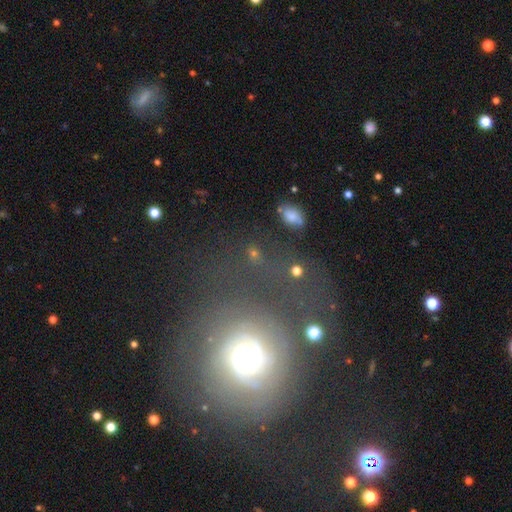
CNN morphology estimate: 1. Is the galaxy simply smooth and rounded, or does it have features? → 40% featured or disk, 36% smooth, 24% star or artifact.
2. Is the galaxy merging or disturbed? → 57% none, 22% major disturbance, 16% minor disturbance, 6% merger.